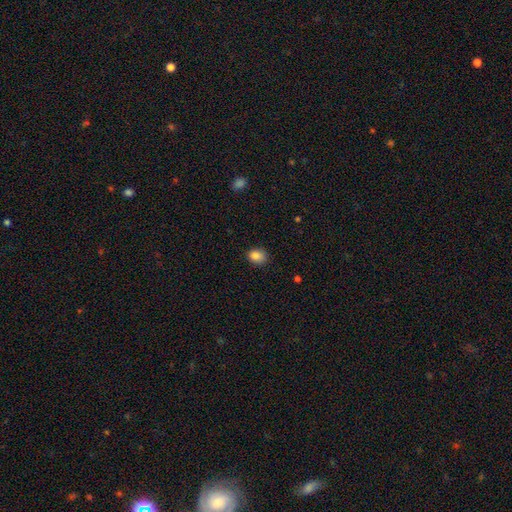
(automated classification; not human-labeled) smooth_or_featured: smooth (p=0.85) [alt: star or artifact p=0.10]
how_rounded: in between (p=0.53) [alt: round p=0.46]
merging: none (p=0.81) [alt: minor disturbance p=0.15]